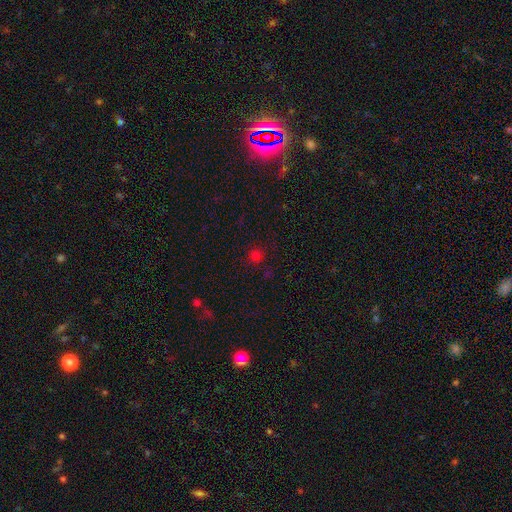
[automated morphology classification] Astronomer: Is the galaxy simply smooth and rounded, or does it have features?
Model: smooth — 73%.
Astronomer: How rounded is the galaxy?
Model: round — 89%.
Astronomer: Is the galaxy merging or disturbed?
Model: none — 85%.